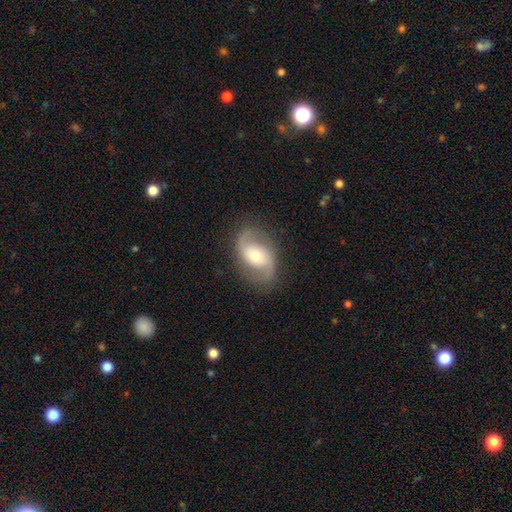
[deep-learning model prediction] Smooth or featured: featured or disk — 84% (smooth — 11%)
Edge-on disk: no — 97% (yes — 3%)
Bar: no — 49% (weak — 37%)
Spiral arms: yes — 94% (no — 6%)
Spiral winding: medium — 46% (loose — 39%)
Spiral arm count: 2 — 92% (can't tell — 3%)
Bulge size: moderate — 65% (small — 26%)
Merging: none — 80% (minor disturbance — 13%)